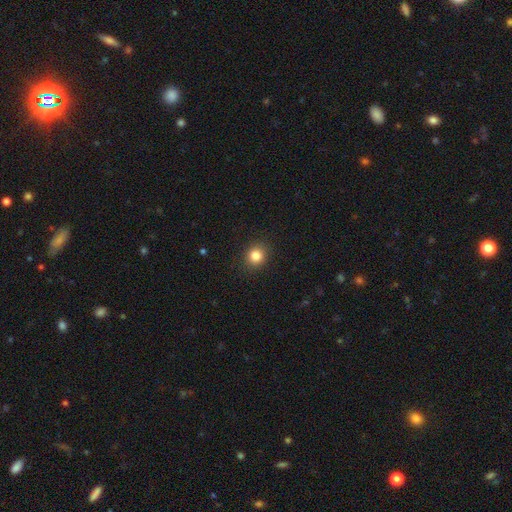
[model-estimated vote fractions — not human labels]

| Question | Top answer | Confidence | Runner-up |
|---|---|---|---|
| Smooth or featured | smooth | 84% | star or artifact (11%) |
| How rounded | round | 82% | in between (17%) |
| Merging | none | 90% | minor disturbance (6%) |